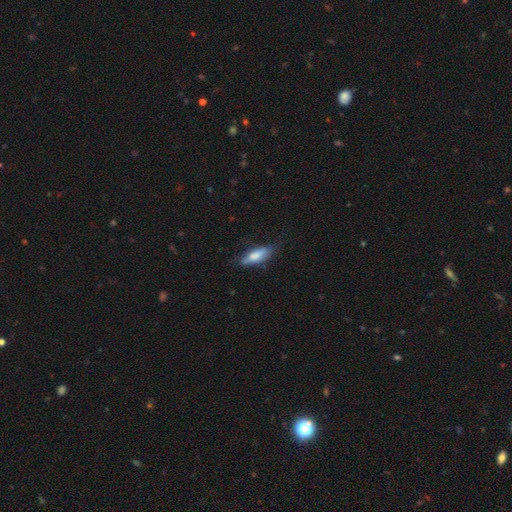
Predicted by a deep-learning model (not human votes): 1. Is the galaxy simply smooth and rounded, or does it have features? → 67% smooth, 26% featured or disk, 7% star or artifact.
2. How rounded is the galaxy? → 55% in between, 43% cigar-shaped, 2% round.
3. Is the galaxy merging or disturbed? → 62% none, 28% minor disturbance, 9% major disturbance, 2% merger.